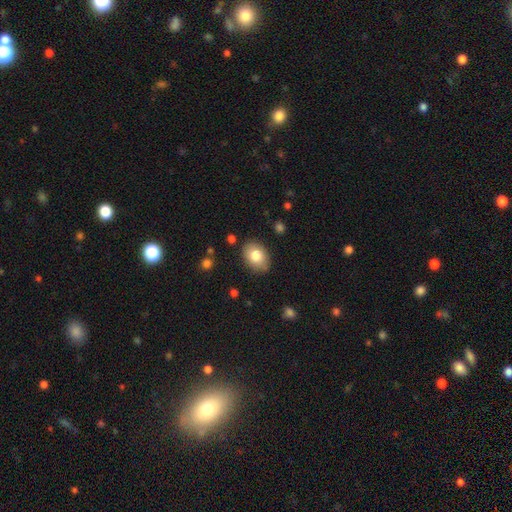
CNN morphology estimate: smooth_or_featured: smooth (p=0.80) [alt: featured or disk p=0.12]
how_rounded: in between (p=0.76) [alt: round p=0.23]
merging: none (p=0.84) [alt: minor disturbance p=0.12]